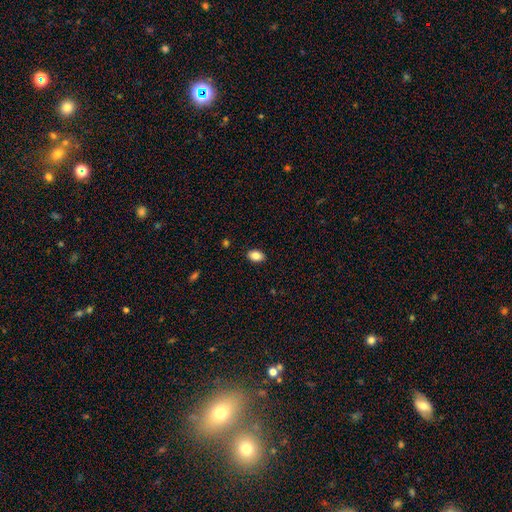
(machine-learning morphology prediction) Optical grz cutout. It shows a smooth galaxy with no disk features (85%) that is in between round and cigar-shaped (88%). Merging: none (89%).